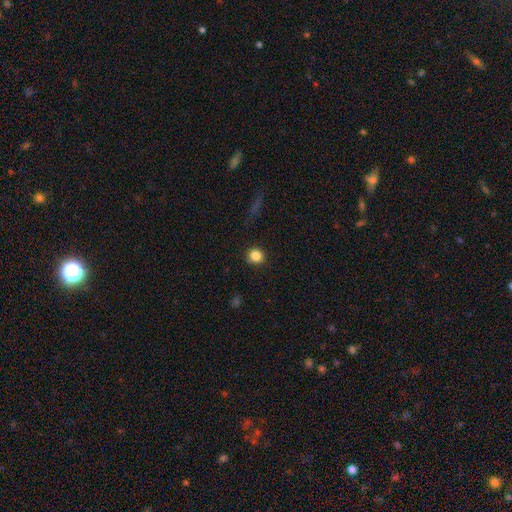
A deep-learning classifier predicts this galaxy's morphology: smooth 85%, star or artifact 11%, featured or disk 4%. Down the decision tree: how rounded — round (88%); merging — none (88%).